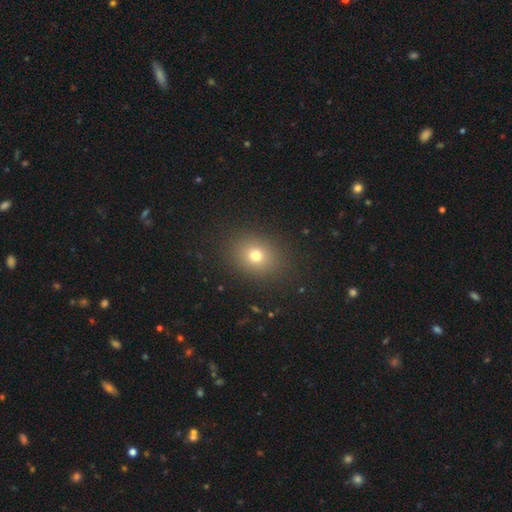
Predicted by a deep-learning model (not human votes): Q: Smooth or featured?
A: smooth (74%); runner-up: star or artifact (16%)
Q: How rounded?
A: round (57%); runner-up: in between (42%)
Q: Merging?
A: none (87%); runner-up: minor disturbance (8%)